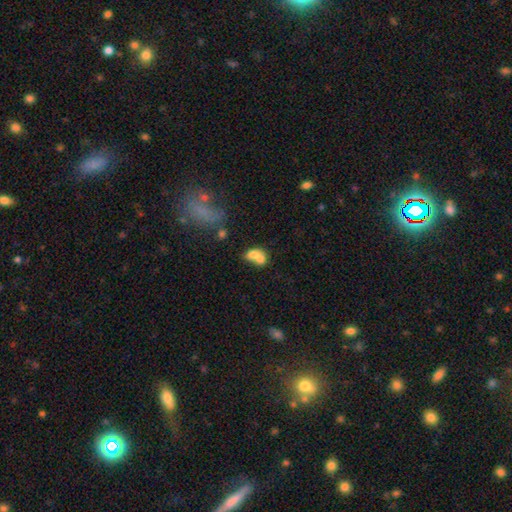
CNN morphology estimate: Smooth or featured?
  - smooth: 68% *
  - featured or disk: 22%
  - star or artifact: 10%
How rounded?
  - in between: 60% *
  - round: 38%
  - cigar-shaped: 2%
Merging?
  - merger: 70% *
  - none: 18%
  - minor disturbance: 7%
  - major disturbance: 5%